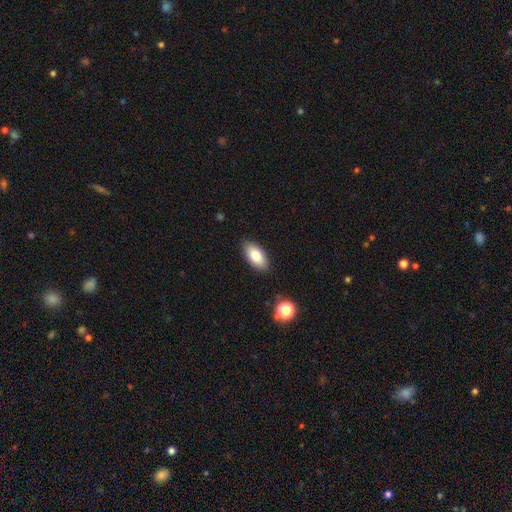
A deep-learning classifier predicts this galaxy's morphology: Q: Smooth or featured?
A: smooth (82%); runner-up: featured or disk (11%)
Q: How rounded?
A: in between (91%); runner-up: cigar-shaped (6%)
Q: Merging?
A: none (87%); runner-up: minor disturbance (10%)